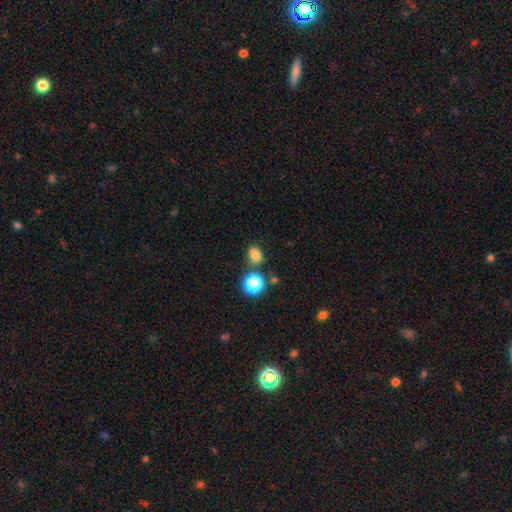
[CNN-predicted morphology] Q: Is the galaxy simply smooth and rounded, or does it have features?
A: smooth — 75%.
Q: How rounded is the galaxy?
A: in between — 51%.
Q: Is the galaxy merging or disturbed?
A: none — 71%.